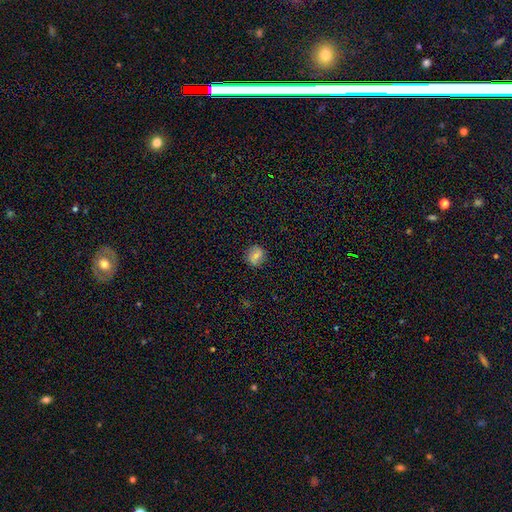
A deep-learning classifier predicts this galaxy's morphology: Q: Smooth or featured?
A: smooth (71%); runner-up: featured or disk (18%)
Q: How rounded?
A: round (82%); runner-up: in between (16%)
Q: Merging?
A: none (87%); runner-up: minor disturbance (10%)